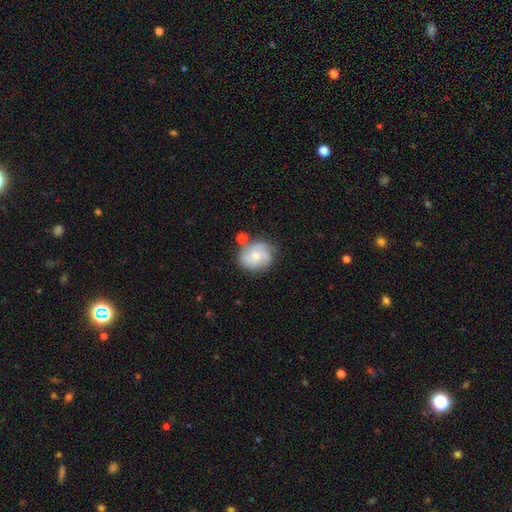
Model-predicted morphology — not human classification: Smooth or featured? Predicted: featured or disk (p=0.65). Edge-on disk? Predicted: no (p=0.98). Bar? Predicted: no (p=0.71). Spiral arms? Predicted: yes (p=0.93). Spiral winding? Predicted: medium (p=0.43). Spiral arm count? Predicted: 3 (p=0.49). Bulge size? Predicted: small (p=0.51). Merging? Predicted: none (p=0.67).